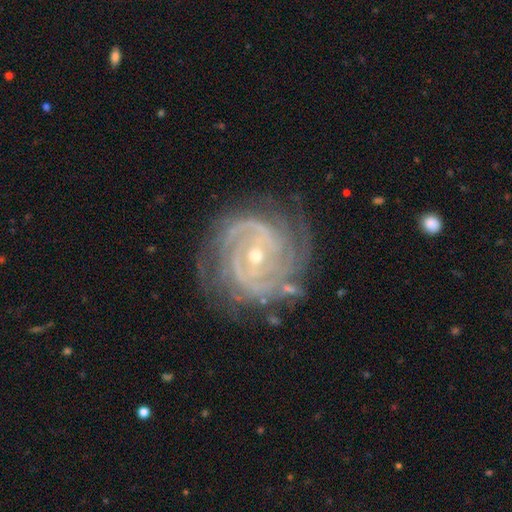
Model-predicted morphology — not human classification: The model was most divided on "bar": no: 41%, weak: 40%, strong: 19%. Remaining: spiral arms — yes (98%); edge-on disk — no (97%); smooth or featured — featured or disk (92%); spiral winding — tight (81%); merging — none (75%); bulge size — small (57%); spiral arm count — 3 (26%).